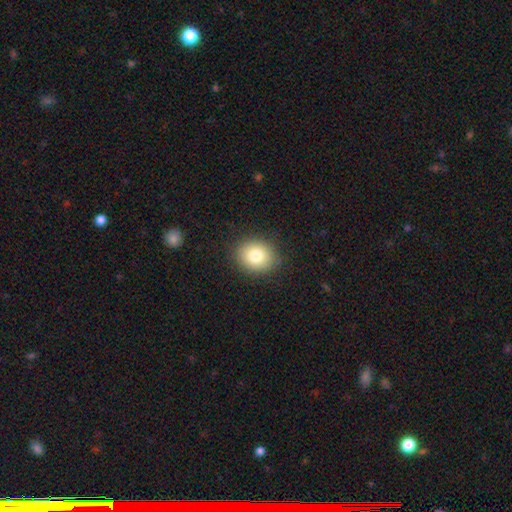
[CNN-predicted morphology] Overall: smooth (80%). How rounded: round (69%; in between 30%). Merging: none (88%).